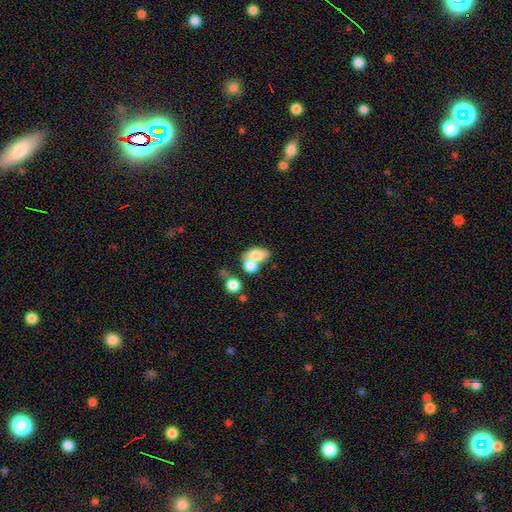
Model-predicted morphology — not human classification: This appears to be a smooth galaxy with no disk features (73%) that is in between round and cigar-shaped (79%). Merging: merger (58%).